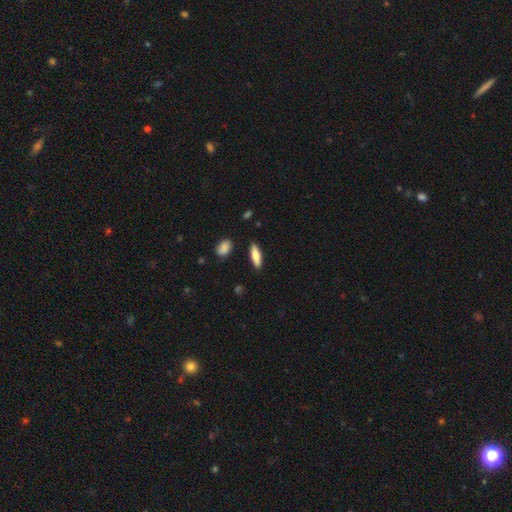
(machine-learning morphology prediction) smooth-or-featured: smooth: 74% | featured or disk: 20% | star or artifact: 6%
  how-rounded: cigar-shaped: 50% | in between: 48% | round: 2%
  merging: none: 88% | minor disturbance: 8% | major disturbance: 2% | merger: 2%